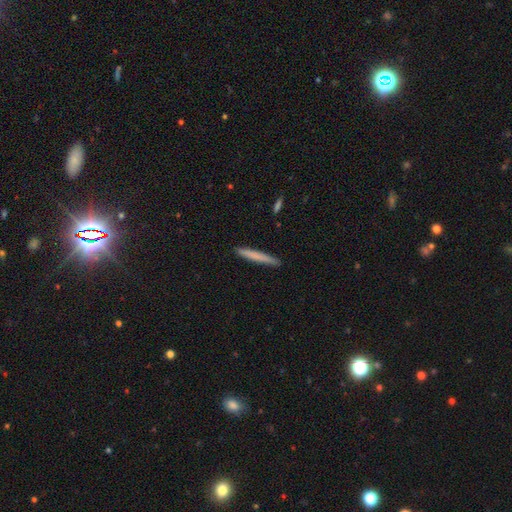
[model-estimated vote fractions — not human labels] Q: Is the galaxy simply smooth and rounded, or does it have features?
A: smooth — 72%.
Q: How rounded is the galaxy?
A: cigar-shaped — 97%.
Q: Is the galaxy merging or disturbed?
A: none — 90%.